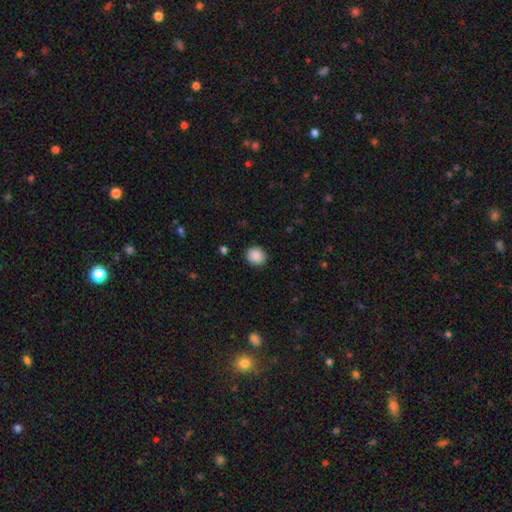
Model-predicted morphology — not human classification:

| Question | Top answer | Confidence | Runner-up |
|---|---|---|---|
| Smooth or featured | smooth | 89% | star or artifact (8%) |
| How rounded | round | 77% | in between (22%) |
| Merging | none | 90% | minor disturbance (7%) |